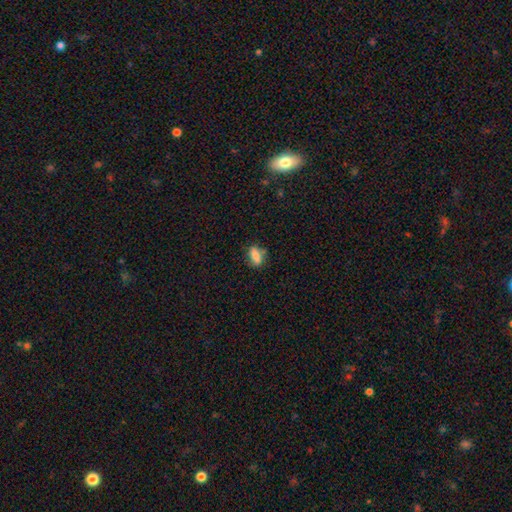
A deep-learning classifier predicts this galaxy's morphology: Q: Smooth or featured?
A: smooth (77%); runner-up: featured or disk (14%)
Q: How rounded?
A: in between (80%); runner-up: cigar-shaped (11%)
Q: Merging?
A: none (66%); runner-up: minor disturbance (21%)